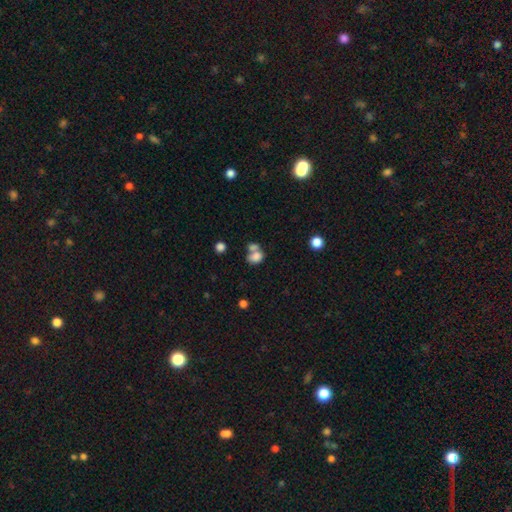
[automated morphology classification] This appears to be a smooth galaxy with no disk features (77%) that is in between round and cigar-shaped (66%). Merging: merger (57%).